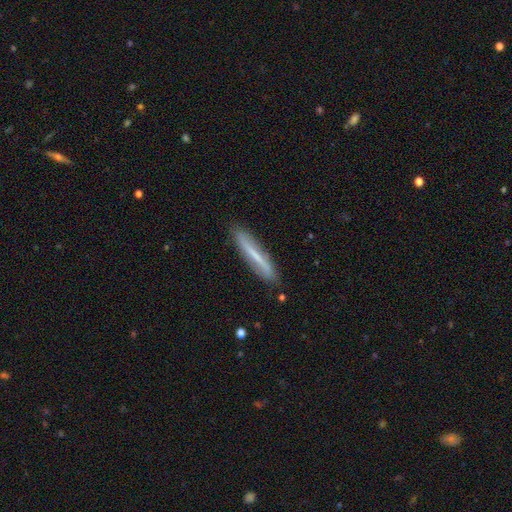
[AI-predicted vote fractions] The model was most divided on "smooth or featured": smooth: 48%, featured or disk: 45%, star or artifact: 7%. More confident: merging — none (84%).